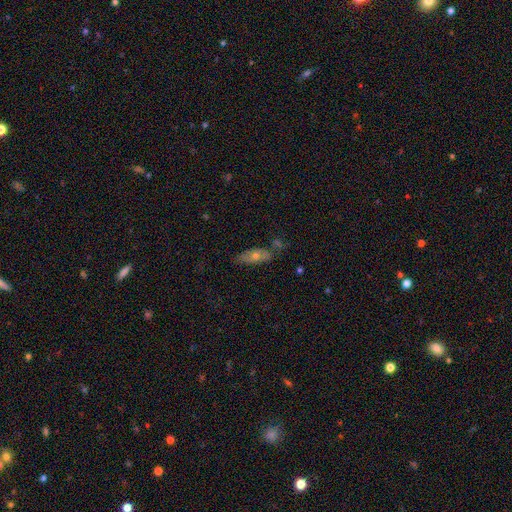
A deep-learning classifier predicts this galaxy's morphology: Smooth or featured?
  - smooth: 51% *
  - featured or disk: 40%
  - star or artifact: 9%
How rounded?
  - in between: 65% *
  - cigar-shaped: 30%
  - round: 4%
Merging?
  - none: 66% *
  - minor disturbance: 20%
  - merger: 10%
  - major disturbance: 5%